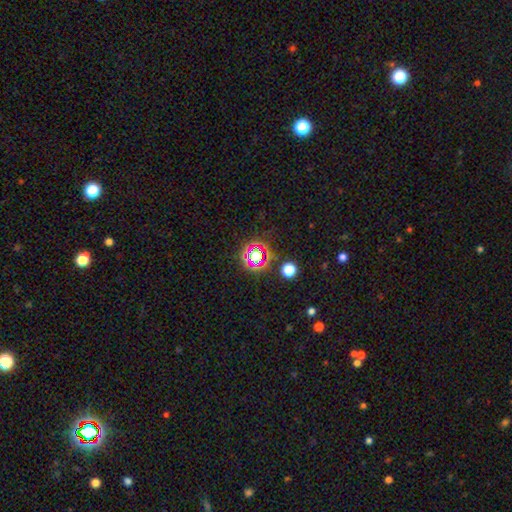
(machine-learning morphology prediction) This appears to be a star or artifact, not a galaxy (61%).